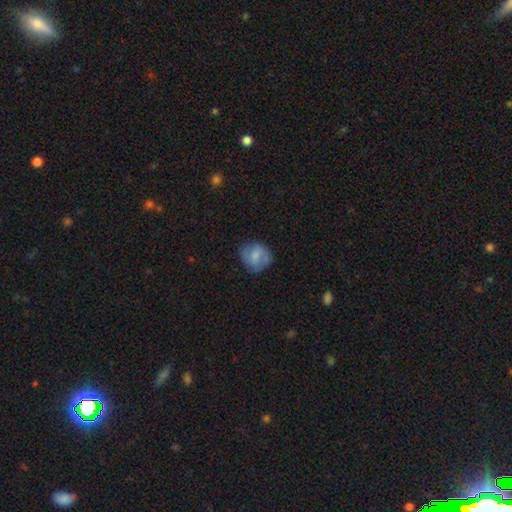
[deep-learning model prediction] smooth 64%, featured or disk 29%, star or artifact 7%. Down the decision tree: how rounded — round (74%); merging — none (65%).